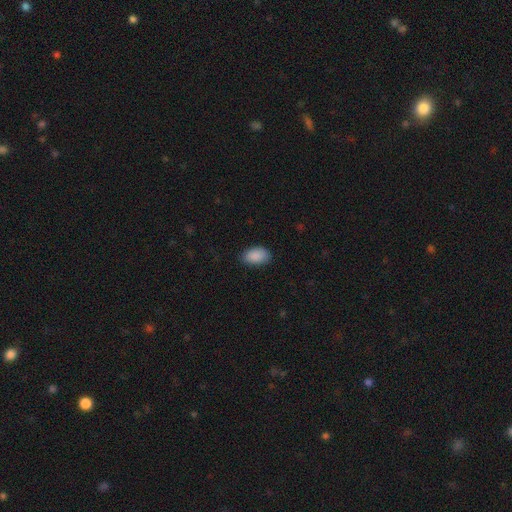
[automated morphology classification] The model was most divided on "merging": none: 82%, minor disturbance: 14%, major disturbance: 3%, merger: 1%. More confident: how rounded — in between (93%); smooth or featured — smooth (90%).